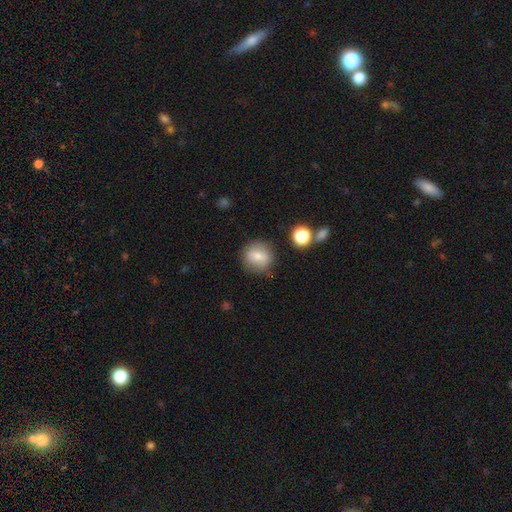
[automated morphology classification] type=smooth (74%); roundness=round (83%); merging=none (83%).